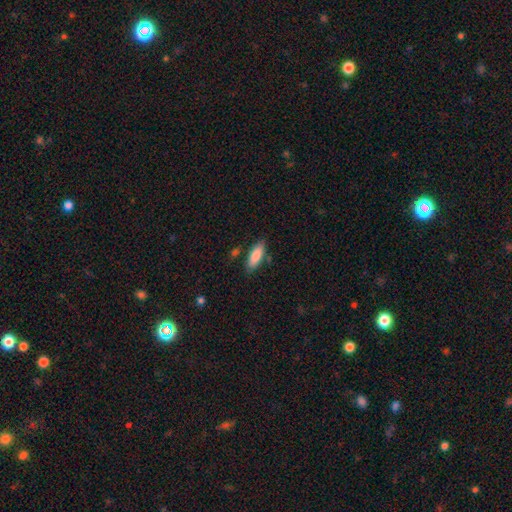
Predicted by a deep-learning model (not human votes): The model was most divided on "how rounded": in between: 68%, cigar-shaped: 30%, round: 2%. More confident: smooth or featured — smooth (86%); merging — none (80%).